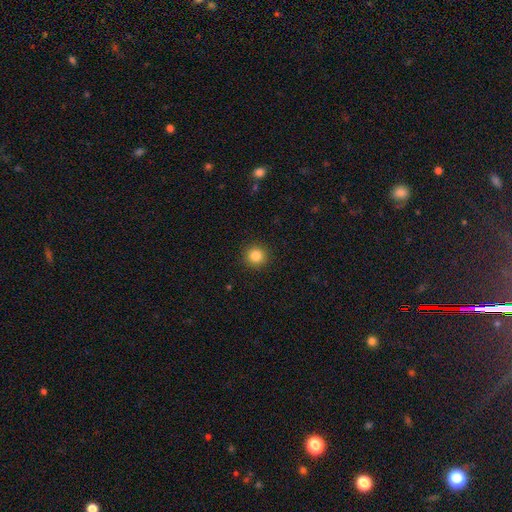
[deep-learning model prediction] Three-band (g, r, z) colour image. It shows a smooth galaxy with no disk features (84%) that is round (93%). Merging: none (92%).